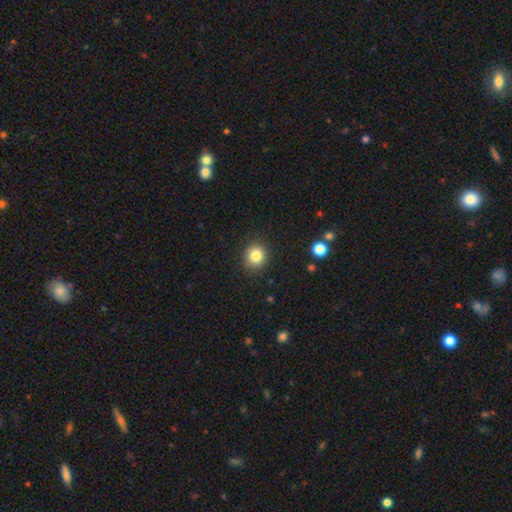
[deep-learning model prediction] Overall: smooth (82%). How rounded: round (85%). Merging: none (88%).